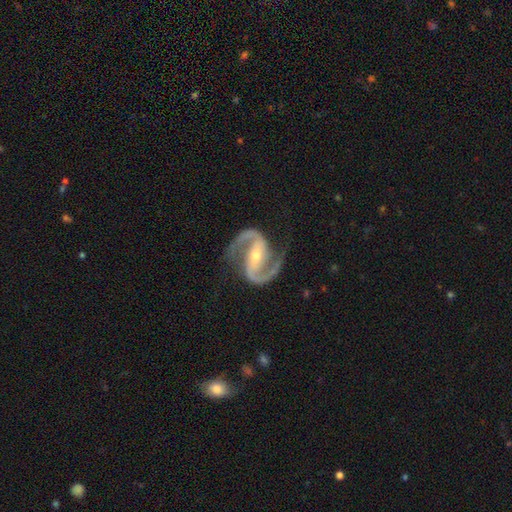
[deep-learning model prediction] Smooth or featured? Predicted: featured or disk (p=0.94). Edge-on disk? Predicted: no (p=0.98). Bar? Predicted: strong (p=0.53). Spiral arms? Predicted: yes (p=0.99). Spiral winding? Predicted: medium (p=0.66). Spiral arm count? Predicted: 2 (p=0.95). Bulge size? Predicted: small (p=0.53). Merging? Predicted: none (p=0.83).